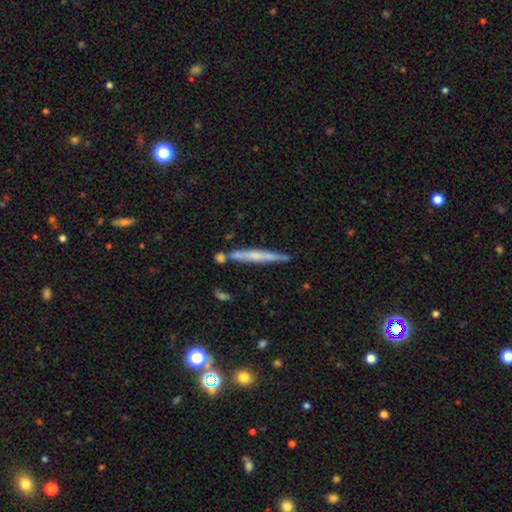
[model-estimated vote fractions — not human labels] Smooth or featured? Predicted: featured or disk (p=0.51). Edge-on disk? Predicted: yes (p=0.95). Merging? Predicted: none (p=0.80).